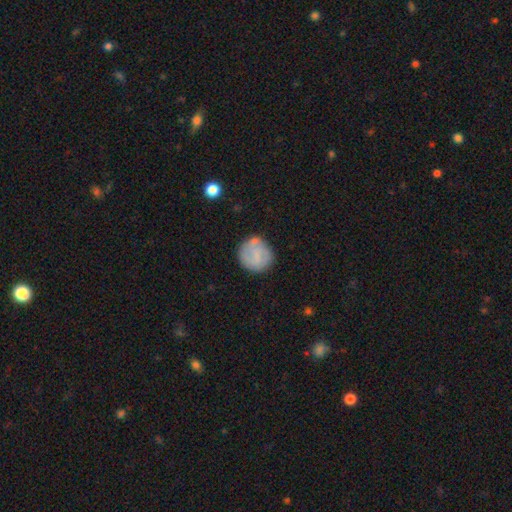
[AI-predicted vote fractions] The model was most divided on "smooth or featured": smooth: 62%, featured or disk: 31%, star or artifact: 7%. More confident: how rounded — round (90%); merging — none (69%).